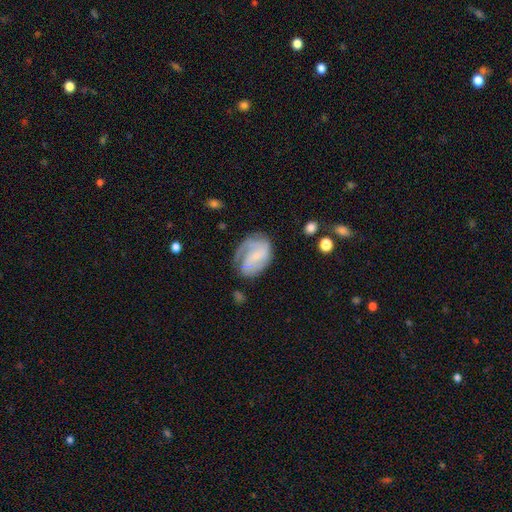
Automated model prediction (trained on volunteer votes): The model was most divided on "spiral winding": tight: 40%, medium: 39%, loose: 21%. Remaining: edge-on disk — no (97%); spiral arms — yes (87%); smooth or featured — featured or disk (66%); bulge size — small (63%); merging — none (53%); bar — no (52%); spiral arm count — 2 (36%).